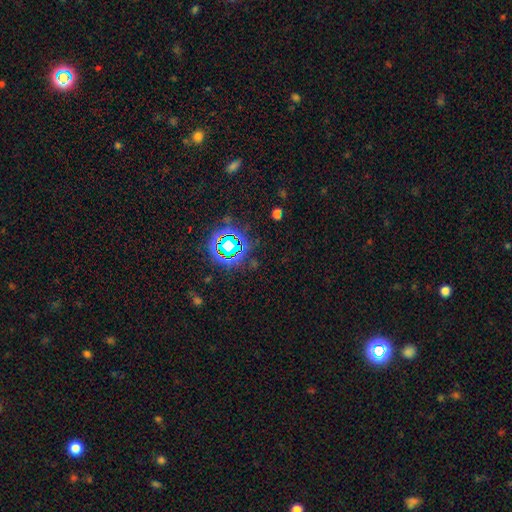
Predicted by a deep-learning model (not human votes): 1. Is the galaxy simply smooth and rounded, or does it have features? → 69% star or artifact, 24% smooth, 7% featured or disk.